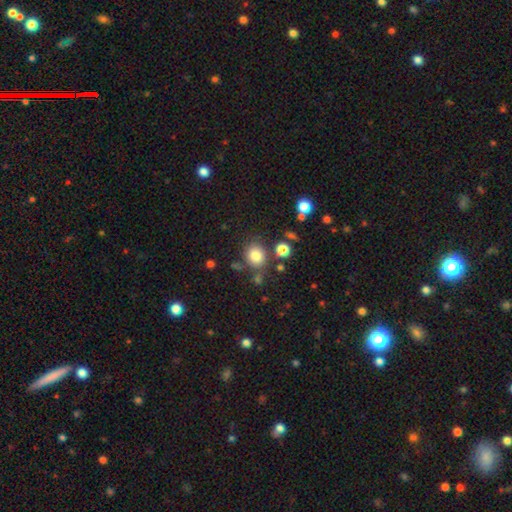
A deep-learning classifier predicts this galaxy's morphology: This is clearly a smooth galaxy (81%). How rounded: likely round (76%). Merging: likely none (75%).